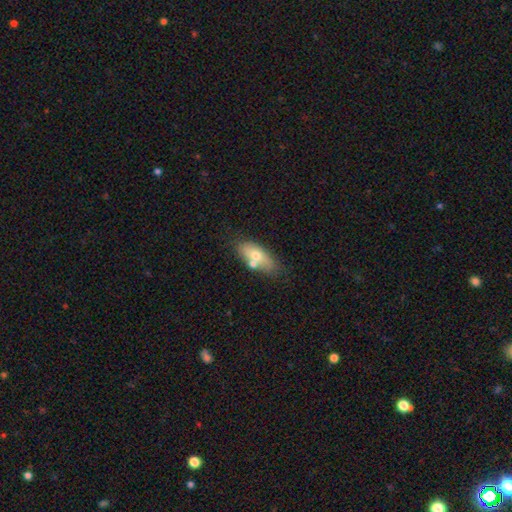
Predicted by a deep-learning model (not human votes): This is likely a smooth galaxy (65%). How rounded: likely in between (80%). Merging: likely none (62%).